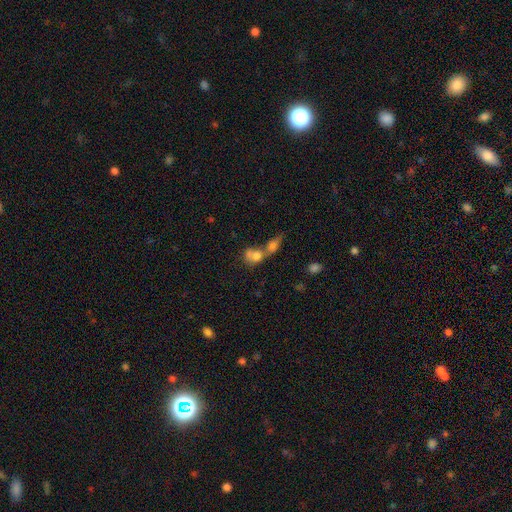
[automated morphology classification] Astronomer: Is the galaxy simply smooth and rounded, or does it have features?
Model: smooth — 71%.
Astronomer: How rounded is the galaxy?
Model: in between — 49%, tied with round at 49%.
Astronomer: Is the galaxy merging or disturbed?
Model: merger — 71%.